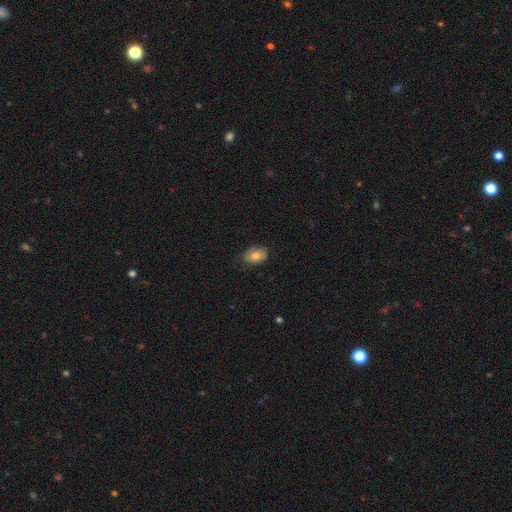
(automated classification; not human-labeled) The model was most divided on "merging": none: 71%, minor disturbance: 23%, major disturbance: 5%, merger: 1%. More confident: how rounded — in between (83%); smooth or featured — smooth (73%).